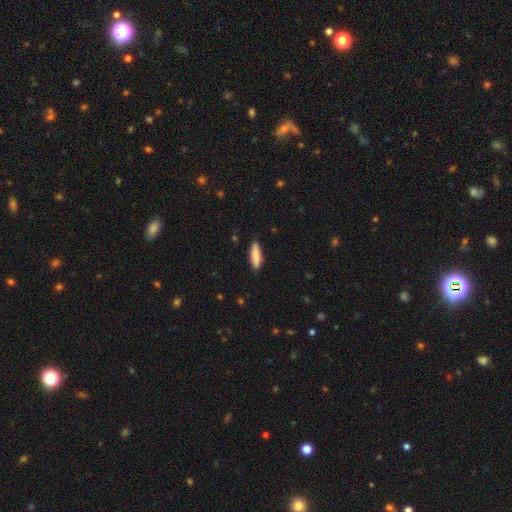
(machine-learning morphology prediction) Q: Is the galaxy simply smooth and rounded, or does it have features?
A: smooth — 86%.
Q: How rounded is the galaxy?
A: cigar-shaped — 65%.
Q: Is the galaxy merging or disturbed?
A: none — 87%.